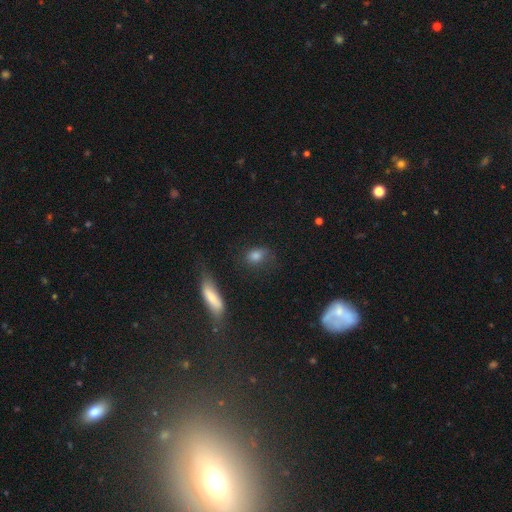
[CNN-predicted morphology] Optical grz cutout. It shows a smooth galaxy with no disk features (74%) that is in between round and cigar-shaped (64%). Merging: none (56%).